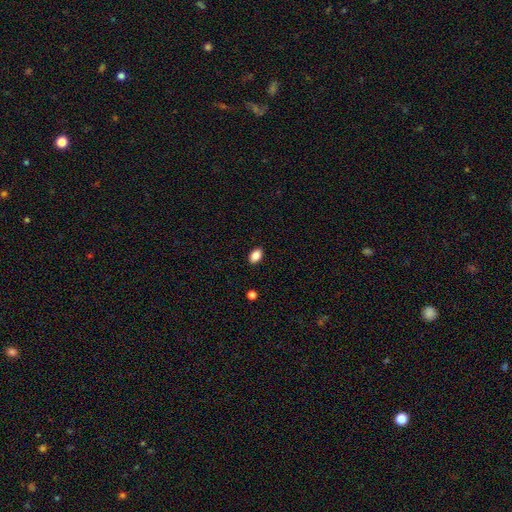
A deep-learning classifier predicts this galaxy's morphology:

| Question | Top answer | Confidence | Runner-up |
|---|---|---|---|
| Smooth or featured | smooth | 86% | star or artifact (9%) |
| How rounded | in between | 89% | round (9%) |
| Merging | none | 89% | minor disturbance (8%) |